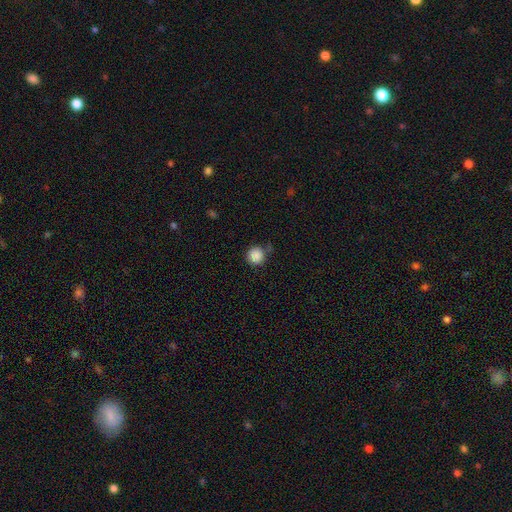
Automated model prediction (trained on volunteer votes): This is clearly a smooth galaxy (86%). How rounded: clearly round (94%). Merging: likely none (72%).